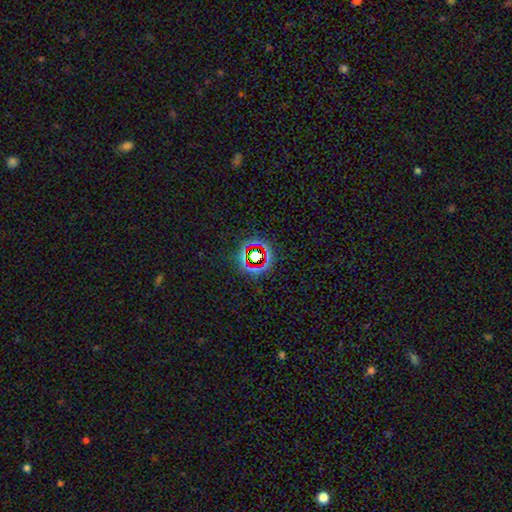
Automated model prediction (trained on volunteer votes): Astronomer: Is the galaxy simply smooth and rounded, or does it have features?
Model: star or artifact — 71%.